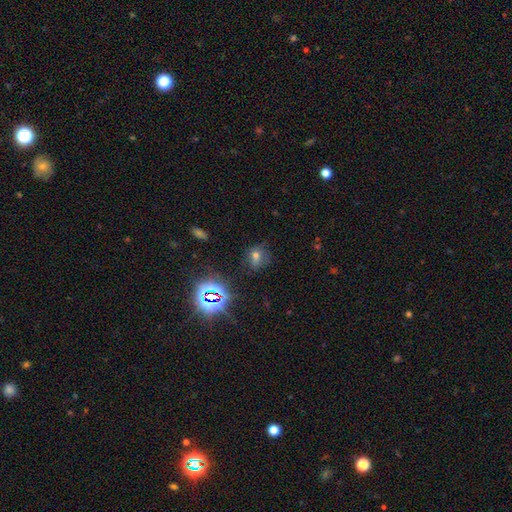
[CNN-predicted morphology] A star or artifact, not a galaxy (44%).